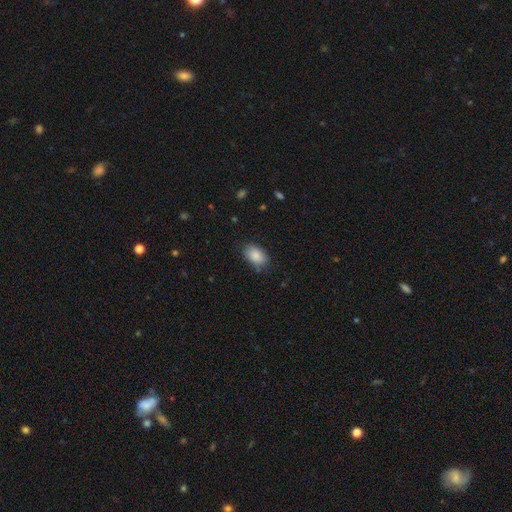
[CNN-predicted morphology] This is clearly a smooth galaxy (88%). How rounded: clearly in between (89%). Merging: likely none (79%).